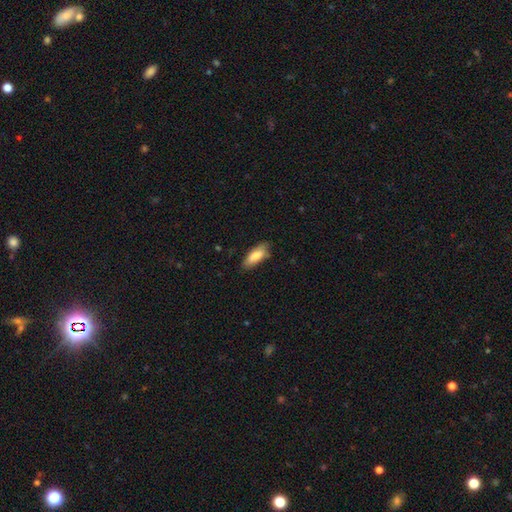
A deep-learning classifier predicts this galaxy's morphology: This is clearly a smooth galaxy (82%). How rounded: likely in between (72%). Merging: likely none (74%).